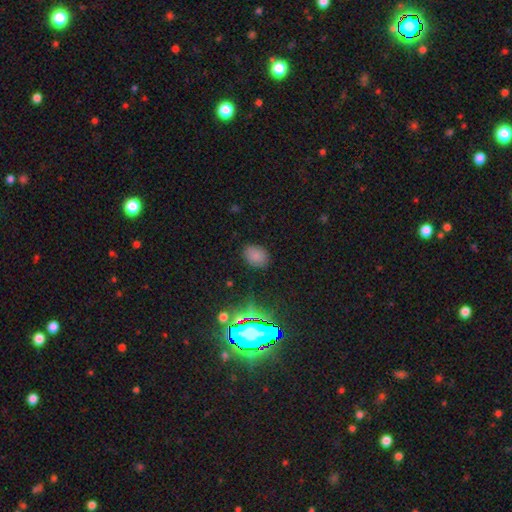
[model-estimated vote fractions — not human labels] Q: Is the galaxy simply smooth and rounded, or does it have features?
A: smooth — 75%.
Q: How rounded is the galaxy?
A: in between — 66%.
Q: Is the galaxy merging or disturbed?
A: none — 84%.